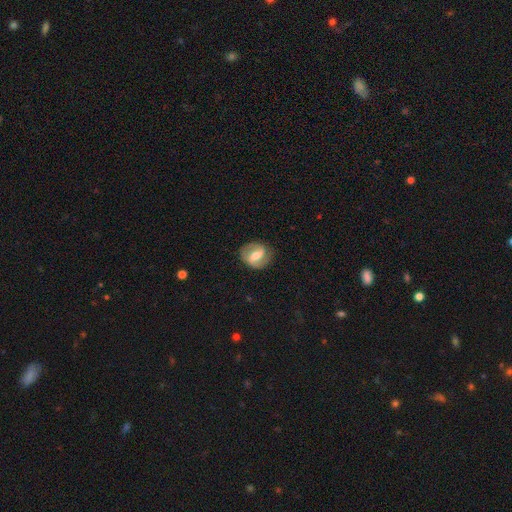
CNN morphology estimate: smooth_or_featured: featured or disk (p=0.70) [alt: smooth p=0.24]
disk_edge_on: no (p=0.96) [alt: yes p=0.04]
bar: strong (p=0.44) [alt: weak p=0.41]
has_spiral_arms: yes (p=0.82) [alt: no p=0.18]
spiral_winding: medium (p=0.44) [alt: tight p=0.28]
spiral_arm_count: 2 (p=0.84) [alt: can't tell p=0.07]
bulge_size: moderate (p=0.63) [alt: small p=0.27]
merging: none (p=0.81) [alt: minor disturbance p=0.13]